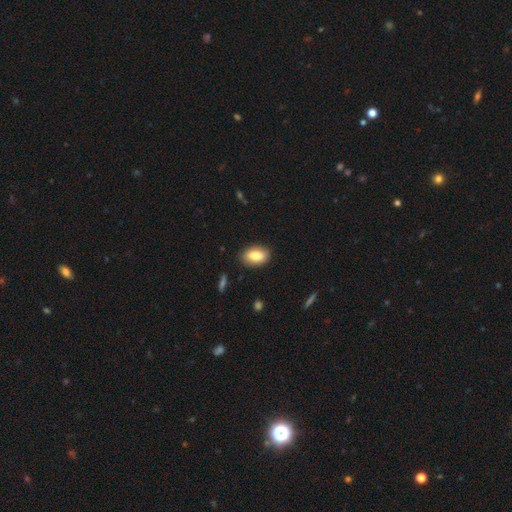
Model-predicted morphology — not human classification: The model was most divided on "smooth or featured": smooth: 81%, featured or disk: 12%, star or artifact: 7%. More confident: how rounded — in between (91%); merging — none (87%).